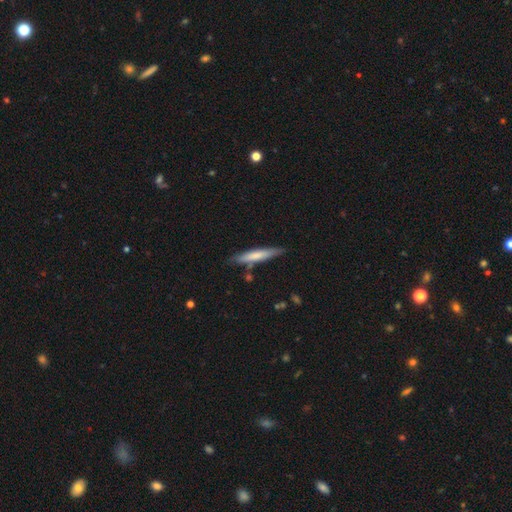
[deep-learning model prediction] This appears to be a smooth galaxy with no disk features (67%) that is cigar-shaped (91%). Merging: none (81%).